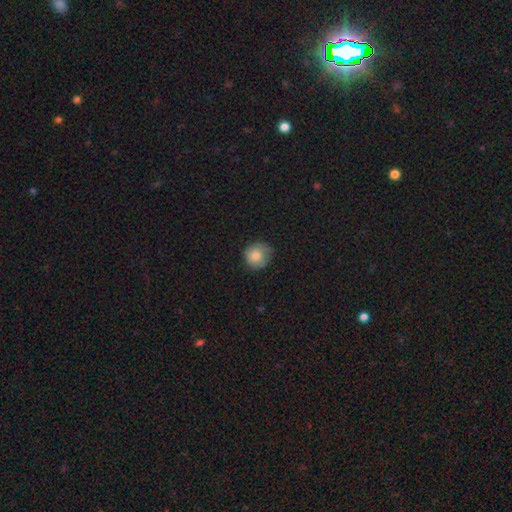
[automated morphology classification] Overall: smooth (83%). How rounded: round (87%). Merging: none (68%).